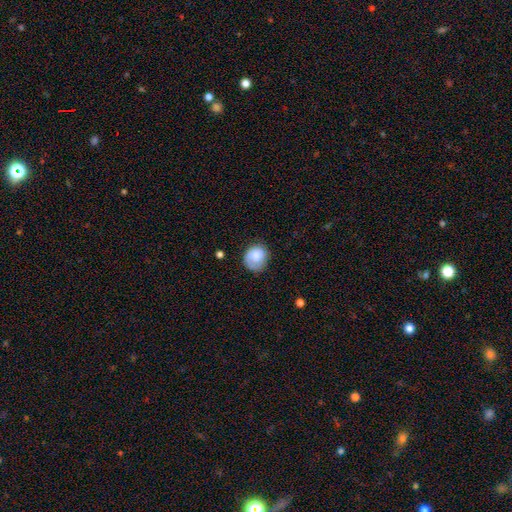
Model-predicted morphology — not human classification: This appears to be a smooth galaxy with no disk features (75%) that is round (75%). Merging: none (67%).